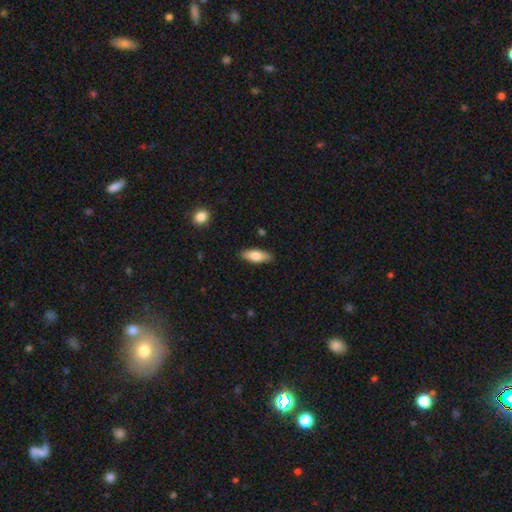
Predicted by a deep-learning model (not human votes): A smooth galaxy with no disk features (77%) that is in between round and cigar-shaped (70%).

Vote fractions:
- Smooth or featured? smooth: 77% / featured or disk: 17% / star or artifact: 6%
- How rounded? in between: 70% / cigar-shaped: 27% / round: 2%
- Merging? none: 88% / minor disturbance: 9% / major disturbance: 2% / merger: 1%